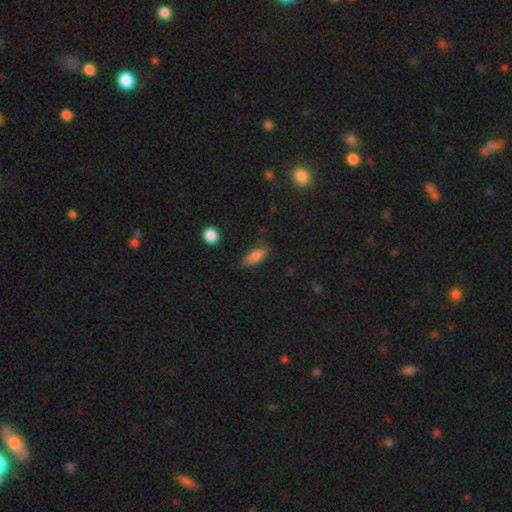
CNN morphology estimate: smooth 80%, featured or disk 12%, star or artifact 8%. Down the decision tree: how rounded — in between (76%); merging — none (76%).